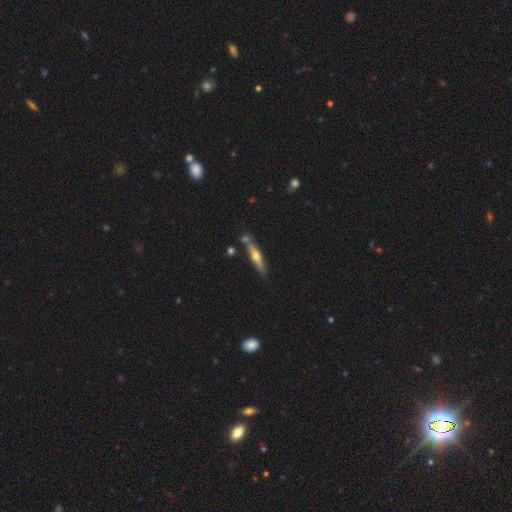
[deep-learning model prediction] The model was most divided on "smooth or featured": featured or disk: 50%, smooth: 44%, star or artifact: 6%. More confident: merging — none (73%).